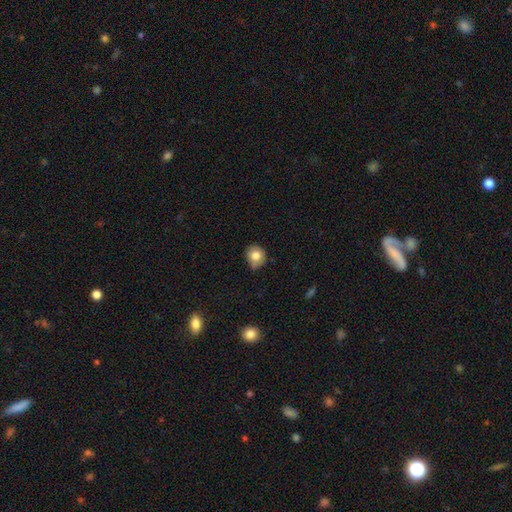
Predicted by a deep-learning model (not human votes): This is likely a smooth galaxy (80%). How rounded: clearly round (82%). Merging: likely none (72%).